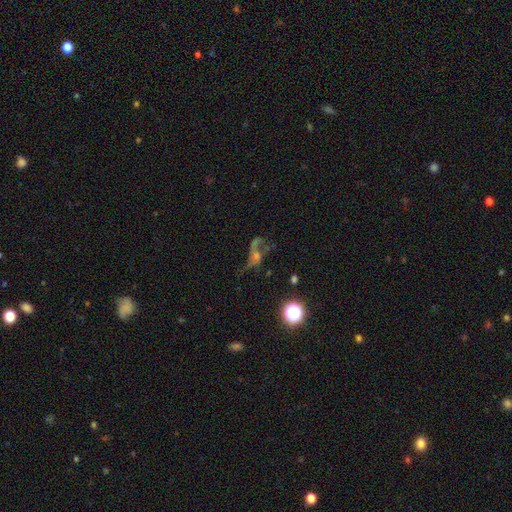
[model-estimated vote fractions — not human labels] This appears to be a featured or disk galaxy (53%). Merging: none (40%).